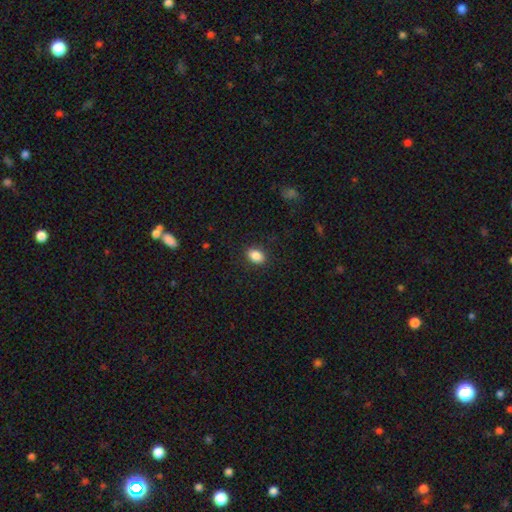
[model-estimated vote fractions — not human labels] A smooth galaxy with no disk features (87%) that is in between round and cigar-shaped (78%).

Vote fractions:
- Smooth or featured? smooth: 87% / star or artifact: 9% / featured or disk: 4%
- How rounded? in between: 78% / round: 20% / cigar-shaped: 1%
- Merging? none: 88% / minor disturbance: 9% / major disturbance: 3% / merger: 1%